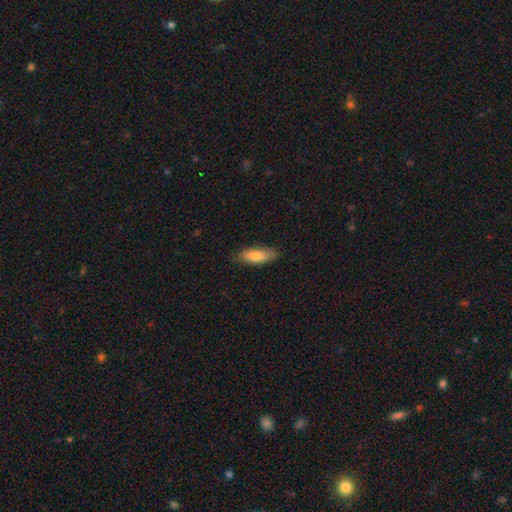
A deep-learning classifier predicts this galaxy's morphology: A smooth galaxy with no disk features (79%) that is in between round and cigar-shaped (54%).

Vote fractions:
- Smooth or featured? smooth: 79% / featured or disk: 15% / star or artifact: 6%
- How rounded? in between: 54% / cigar-shaped: 44% / round: 2%
- Merging? none: 79% / minor disturbance: 17% / major disturbance: 3% / merger: 1%